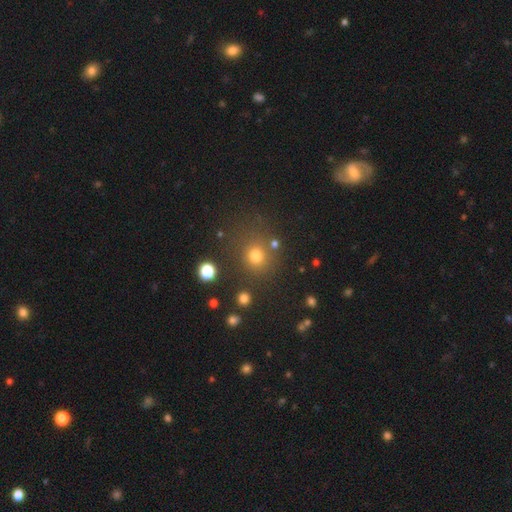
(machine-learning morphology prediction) Smooth or featured: smooth — 74% (star or artifact — 19%)
How rounded: round — 85% (in between — 14%)
Merging: none — 77% (minor disturbance — 11%)